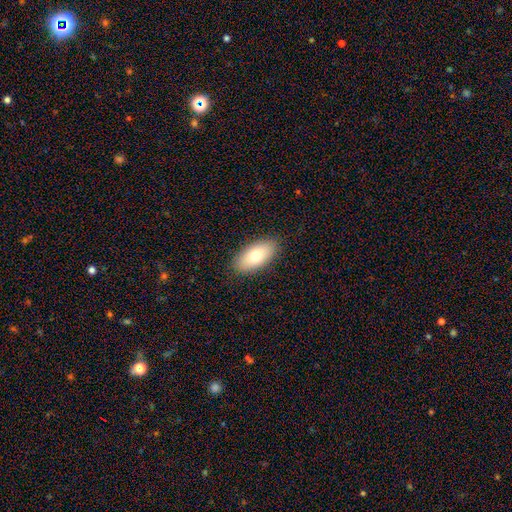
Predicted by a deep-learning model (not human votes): A smooth galaxy with no disk features (72%) that is in between round and cigar-shaped (91%). Merging: none (87%).